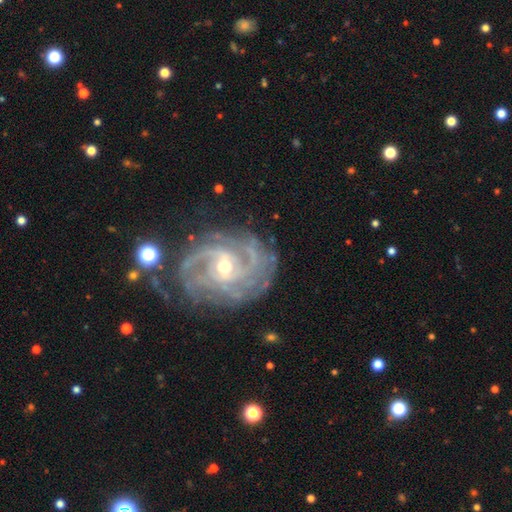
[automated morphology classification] Smooth or featured?
  - featured or disk: 91% *
  - star or artifact: 5%
  - smooth: 3%
Edge-on disk?
  - no: 97% *
  - yes: 3%
Bar?
  - weak: 42% *
  - no: 41%
  - strong: 18%
Spiral arms?
  - yes: 98% *
  - no: 2%
Spiral winding?
  - tight: 61% *
  - medium: 32%
  - loose: 6%
Spiral arm count?
  - 3: 26% *
  - can't tell: 19%
  - 4: 19%
  - 2: 19%
  - more than 4: 10%
  - 1: 7%
Bulge size?
  - moderate: 60% *
  - small: 36%
  - large: 3%
  - none: 1%
  - dominant: 1%
Merging?
  - none: 74% *
  - minor disturbance: 16%
  - major disturbance: 8%
  - merger: 2%